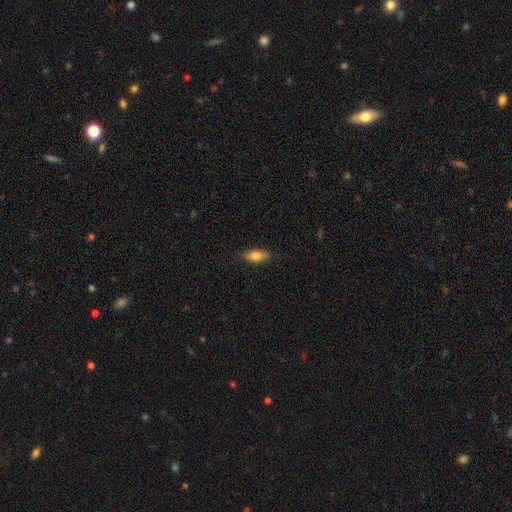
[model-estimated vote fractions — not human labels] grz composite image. It shows a smooth galaxy with no disk features (81%) that is in between round and cigar-shaped (82%). Merging: none (86%).